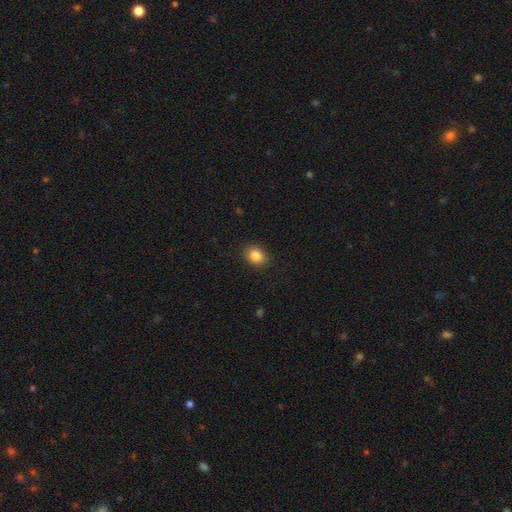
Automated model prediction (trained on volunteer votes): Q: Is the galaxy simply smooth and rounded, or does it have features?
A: smooth — 85%.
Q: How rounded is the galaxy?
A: in between — 59%.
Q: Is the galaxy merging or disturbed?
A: none — 88%.